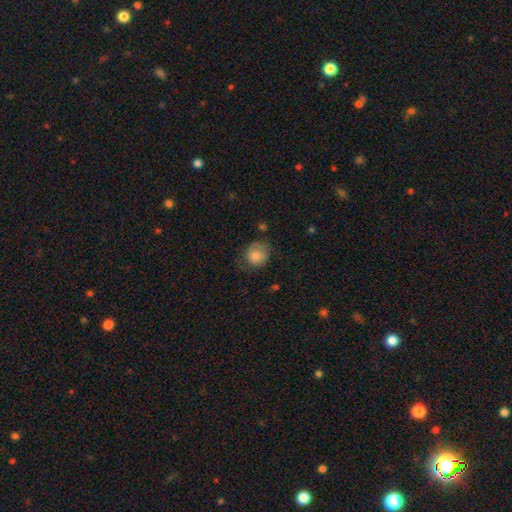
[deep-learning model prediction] This is likely a smooth galaxy (79%). How rounded: clearly round (80%). Merging: likely none (61%).